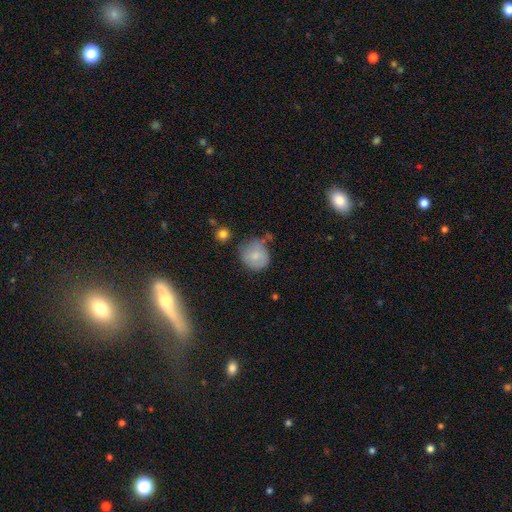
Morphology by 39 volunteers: smooth-or-featured: smooth: 90% | featured or disk: 8% | star or artifact: 3%
  how-rounded: round: 86% | in between: 14% | cigar-shaped: 0%
  merging: minor disturbance: 53% | none: 34% | major disturbance: 8% | merger: 5%